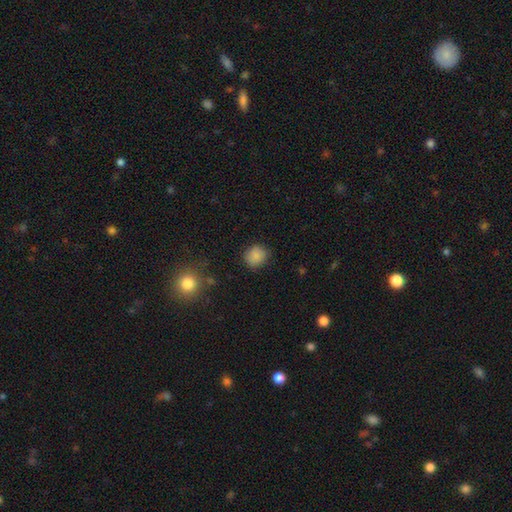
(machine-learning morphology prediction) smooth 85%, star or artifact 10%, featured or disk 5%. Down the decision tree: how rounded — round (82%); merging — none (83%).